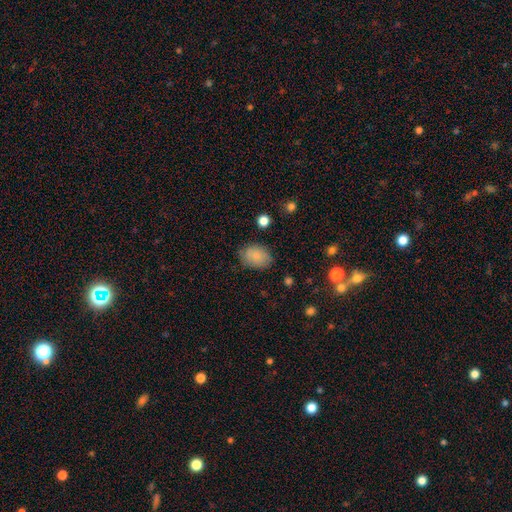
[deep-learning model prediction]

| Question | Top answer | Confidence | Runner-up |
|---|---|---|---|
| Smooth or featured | smooth | 84% | star or artifact (8%) |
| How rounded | in between | 78% | round (21%) |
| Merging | none | 77% | minor disturbance (17%) |